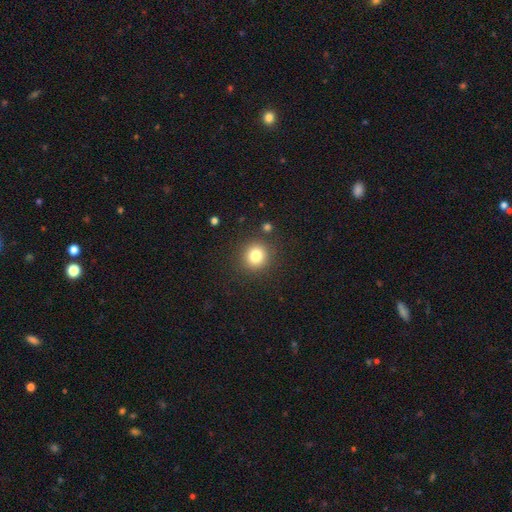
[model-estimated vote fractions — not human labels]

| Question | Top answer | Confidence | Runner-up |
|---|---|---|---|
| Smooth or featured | smooth | 80% | star or artifact (12%) |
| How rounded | round | 91% | in between (8%) |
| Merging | none | 88% | minor disturbance (7%) |